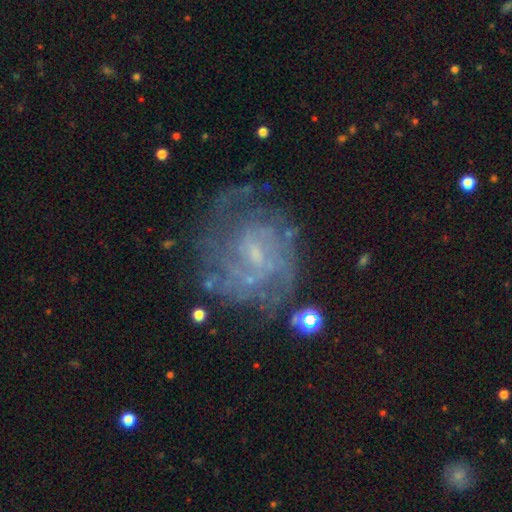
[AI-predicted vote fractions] Smooth or featured?
  - featured or disk: 78% *
  - smooth: 11%
  - star or artifact: 10%
Edge-on disk?
  - no: 98% *
  - yes: 2%
Bar?
  - weak: 53% *
  - no: 37%
  - strong: 10%
Spiral arms?
  - yes: 85% *
  - no: 15%
Spiral winding?
  - tight: 54% *
  - medium: 34%
  - loose: 12%
Spiral arm count?
  - can't tell: 47% *
  - 2: 20%
  - 3: 14%
  - 4: 8%
  - 1: 6%
  - more than 4: 5%
Bulge size?
  - small: 59% *
  - none: 21%
  - moderate: 18%
  - large: 1%
  - dominant: 1%
Merging?
  - none: 65% *
  - minor disturbance: 18%
  - major disturbance: 14%
  - merger: 3%